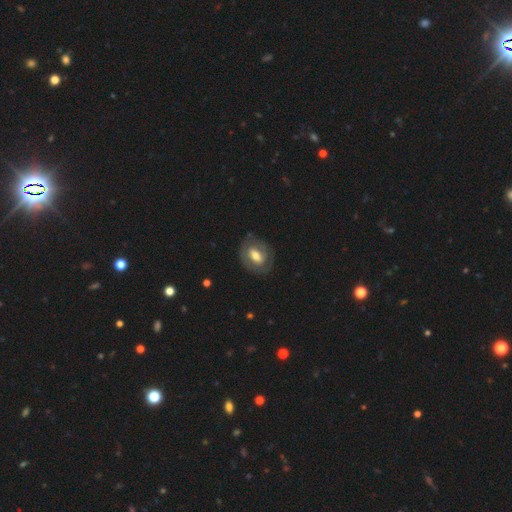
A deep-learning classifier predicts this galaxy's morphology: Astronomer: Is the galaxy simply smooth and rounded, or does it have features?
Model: featured or disk — 51% (runner-up: smooth, 43%).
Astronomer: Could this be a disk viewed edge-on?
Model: no — 94%.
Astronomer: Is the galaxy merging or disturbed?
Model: none — 77%.